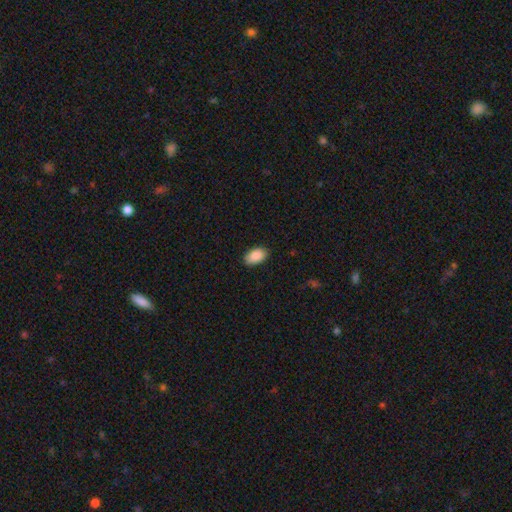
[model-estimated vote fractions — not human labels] smooth-or-featured: smooth: 89% | star or artifact: 7% | featured or disk: 4%
  how-rounded: in between: 93% | round: 6% | cigar-shaped: 1%
  merging: none: 85% | minor disturbance: 12% | major disturbance: 2% | merger: 1%